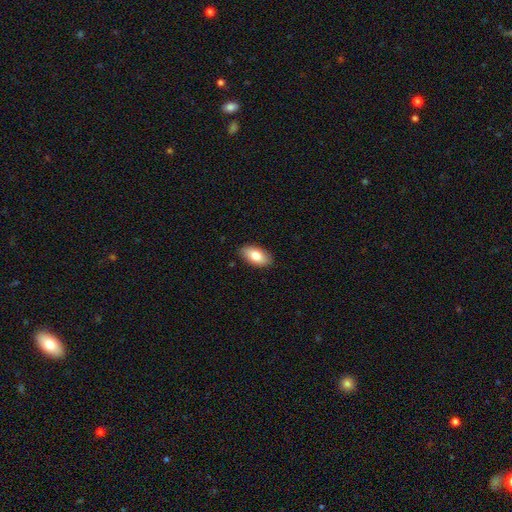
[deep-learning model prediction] Smooth or featured? Predicted: smooth (p=0.81). How rounded? Predicted: in between (p=0.93). Merging? Predicted: none (p=0.87).